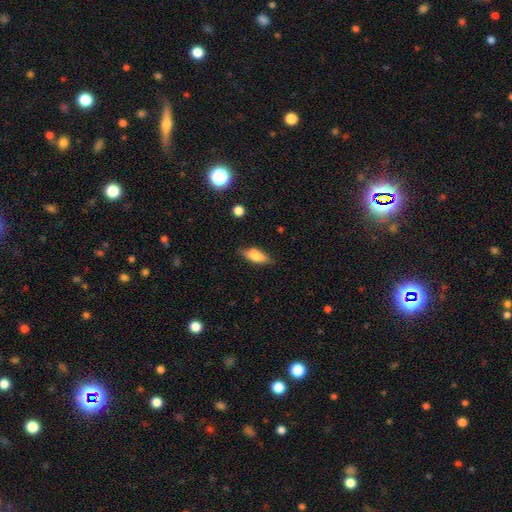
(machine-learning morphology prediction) smooth_or_featured: smooth (p=0.71) [alt: featured or disk p=0.21]
how_rounded: in between (p=0.71) [alt: cigar-shaped p=0.26]
merging: none (p=0.74) [alt: minor disturbance p=0.20]